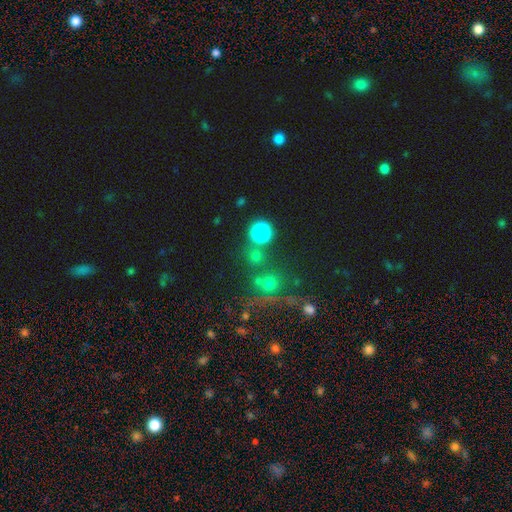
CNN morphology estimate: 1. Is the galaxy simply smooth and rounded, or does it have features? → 60% smooth, 32% star or artifact, 8% featured or disk.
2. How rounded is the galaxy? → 89% round, 9% in between, 1% cigar-shaped.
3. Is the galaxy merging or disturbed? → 72% none, 15% merger, 9% minor disturbance, 4% major disturbance.